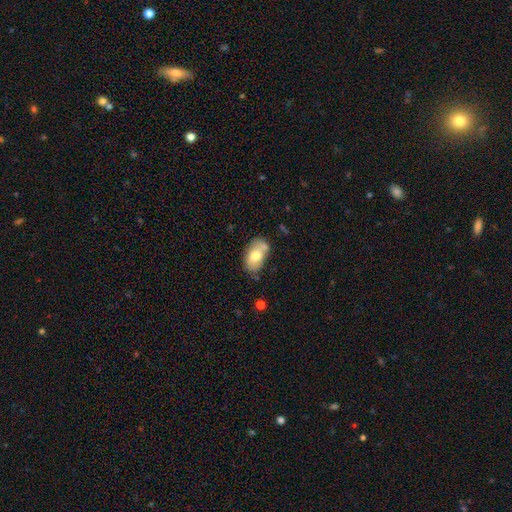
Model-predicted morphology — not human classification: Smooth or featured?
  - smooth: 69% *
  - featured or disk: 24%
  - star or artifact: 7%
How rounded?
  - in between: 91% *
  - round: 7%
  - cigar-shaped: 2%
Merging?
  - none: 55% *
  - minor disturbance: 22%
  - merger: 18%
  - major disturbance: 6%